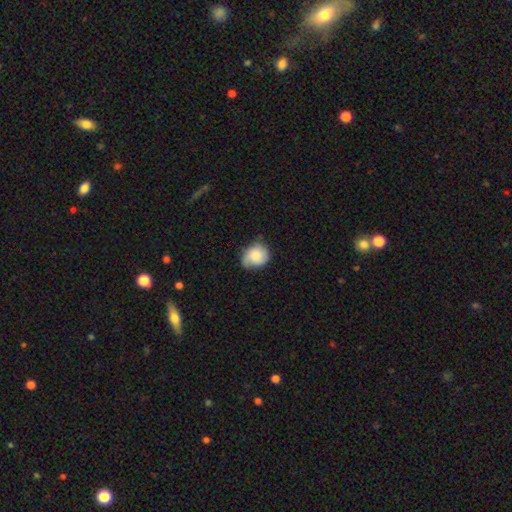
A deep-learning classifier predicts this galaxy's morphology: smooth 74%, featured or disk 19%, star or artifact 7%. Down the decision tree: how rounded — round (69%); merging — none (52%).